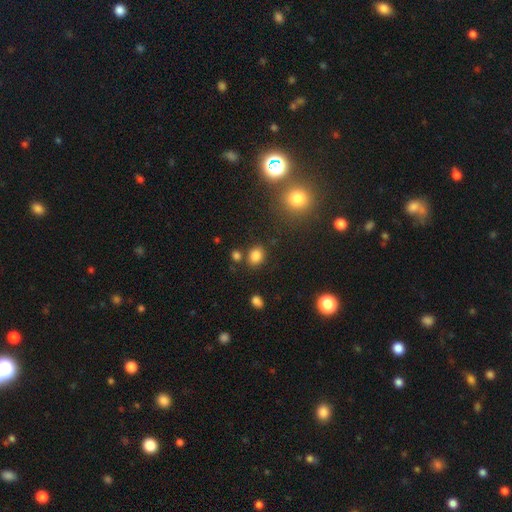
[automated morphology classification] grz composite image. It shows a smooth galaxy with no disk features (83%) that is round (52%). Merging: none (77%).